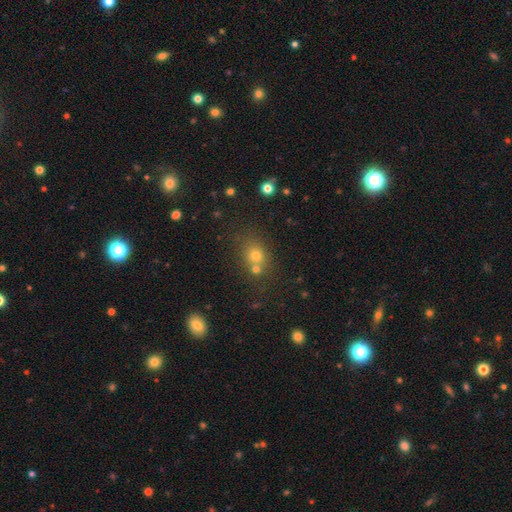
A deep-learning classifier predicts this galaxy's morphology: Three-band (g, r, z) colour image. It shows a smooth galaxy with no disk features (69%) that is round (71%). Merging: none (59%).